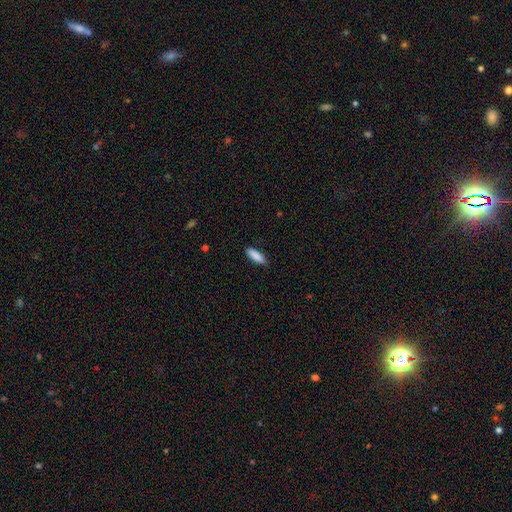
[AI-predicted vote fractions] Smooth or featured: smooth — 88% (featured or disk — 6%)
How rounded: cigar-shaped — 55% (in between — 43%)
Merging: none — 85% (minor disturbance — 12%)